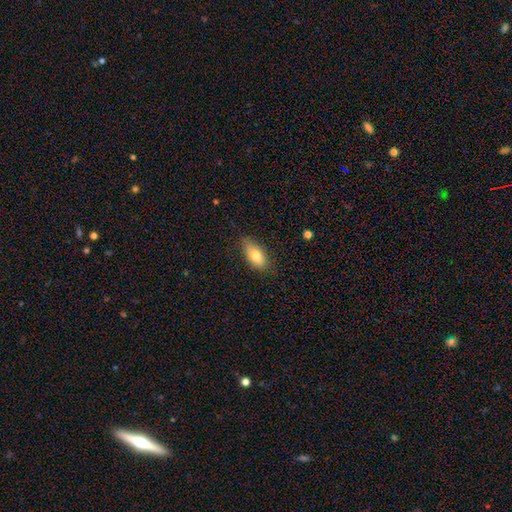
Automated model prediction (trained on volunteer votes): Morphology: type=smooth (78%); roundness=in between (88%); merging=none (74%).